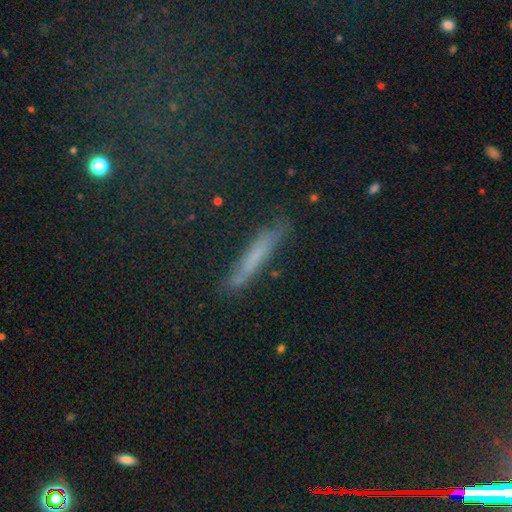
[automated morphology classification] Q: Smooth or featured?
A: smooth (54%); runner-up: featured or disk (27%)
Q: How rounded?
A: cigar-shaped (91%); runner-up: in between (6%)
Q: Merging?
A: none (72%); runner-up: minor disturbance (20%)